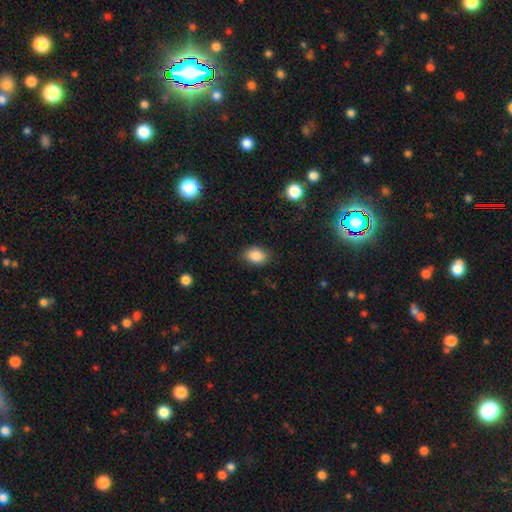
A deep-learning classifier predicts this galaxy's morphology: smooth-or-featured: smooth: 87% | star or artifact: 8% | featured or disk: 5%
  how-rounded: in between: 80% | round: 18% | cigar-shaped: 1%
  merging: none: 82% | minor disturbance: 14% | major disturbance: 3% | merger: 1%